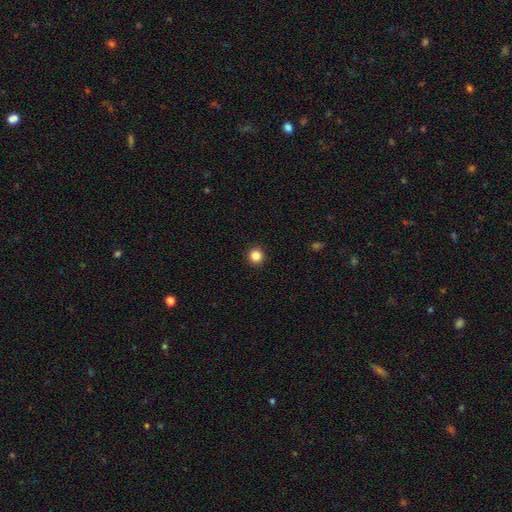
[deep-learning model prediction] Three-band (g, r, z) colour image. It shows a smooth galaxy with no disk features (86%) that is round (95%). Merging: none (93%).